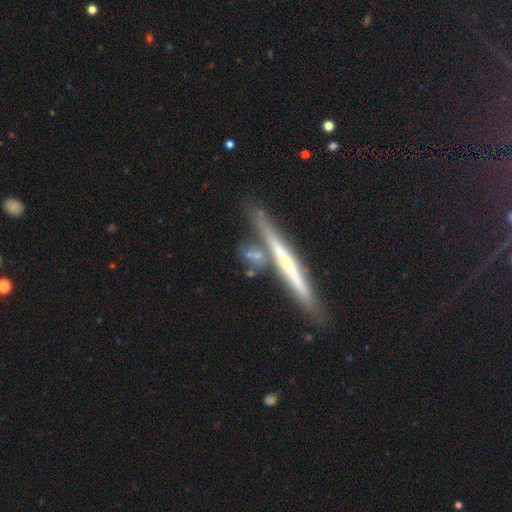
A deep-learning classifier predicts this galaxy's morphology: type=featured or disk (47%); merging=none (69%).